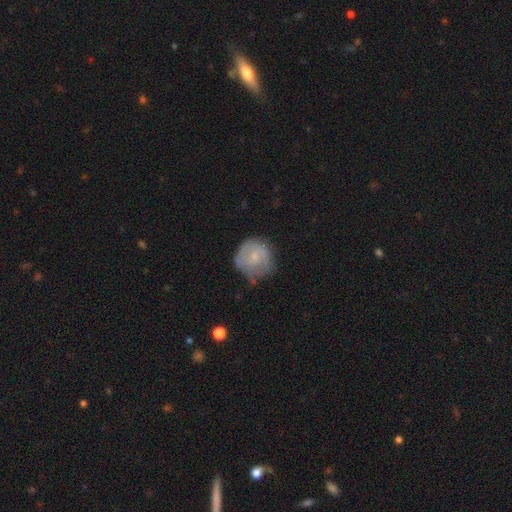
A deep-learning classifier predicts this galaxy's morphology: This is possibly a smooth galaxy (57%). How rounded: clearly round (89%). Merging: likely none (60%).